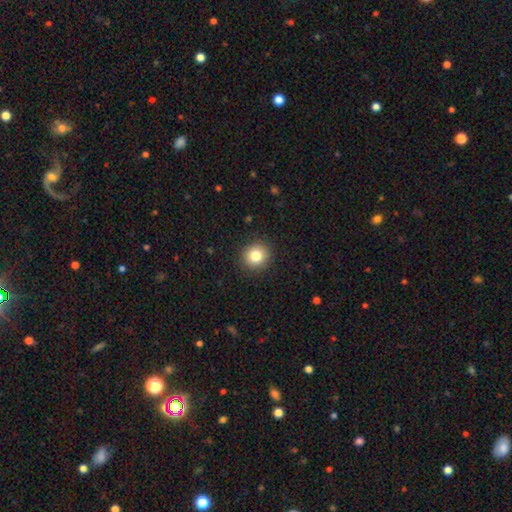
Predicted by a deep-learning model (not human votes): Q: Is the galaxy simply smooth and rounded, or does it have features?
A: smooth — 82%.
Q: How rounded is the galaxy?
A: round — 90%.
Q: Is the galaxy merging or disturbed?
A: none — 91%.